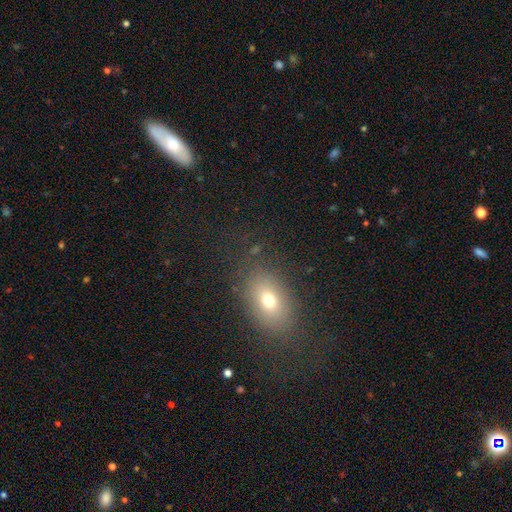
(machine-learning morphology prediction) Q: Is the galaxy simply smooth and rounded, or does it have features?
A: smooth — 65%.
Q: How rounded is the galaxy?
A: in between — 72%.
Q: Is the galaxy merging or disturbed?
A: none — 79%.